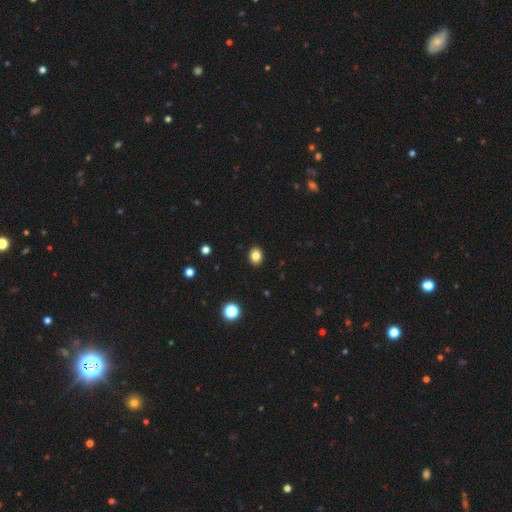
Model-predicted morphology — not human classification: Smooth or featured? Predicted: smooth (p=0.83). How rounded? Predicted: in between (p=0.54). Merging? Predicted: none (p=0.91).